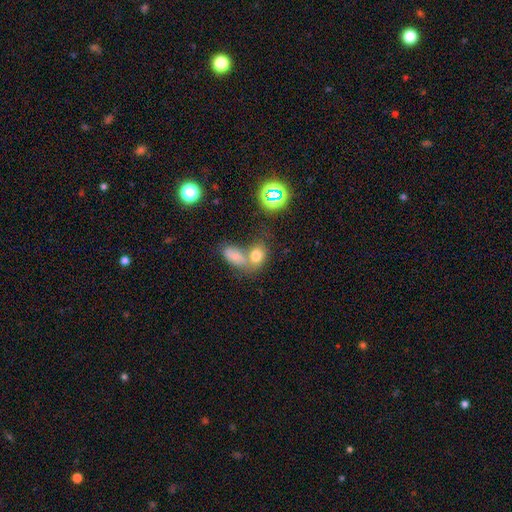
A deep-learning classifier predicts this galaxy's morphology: Smooth or featured?
  - smooth: 71% *
  - star or artifact: 16%
  - featured or disk: 13%
How rounded?
  - in between: 71% *
  - round: 26%
  - cigar-shaped: 2%
Merging?
  - merger: 51% *
  - none: 34%
  - minor disturbance: 9%
  - major disturbance: 5%